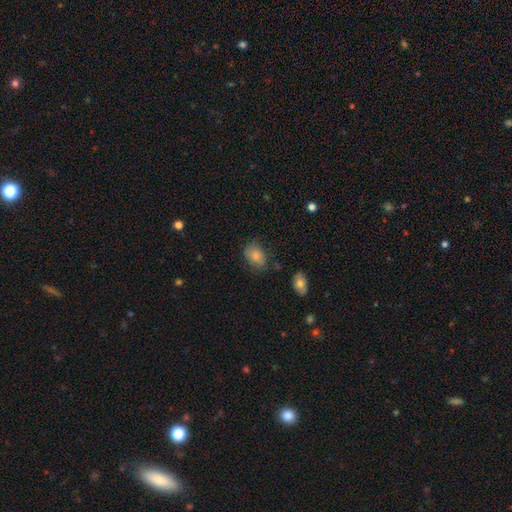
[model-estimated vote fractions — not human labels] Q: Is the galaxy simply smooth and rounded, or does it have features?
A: smooth — 82%.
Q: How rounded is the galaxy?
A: in between — 76%.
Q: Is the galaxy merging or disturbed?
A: none — 68%.